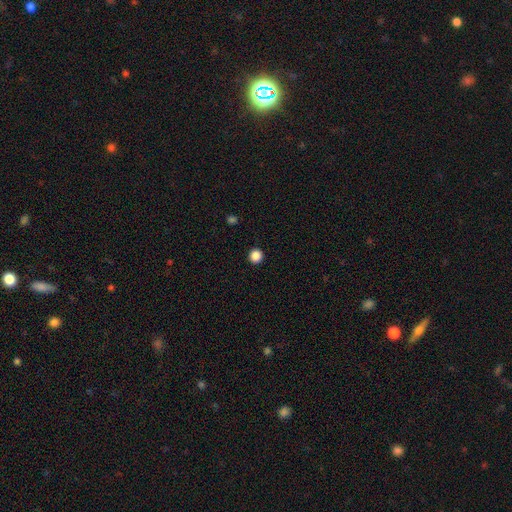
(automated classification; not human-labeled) Morphology: type=smooth (87%); roundness=round (95%); merging=none (94%).